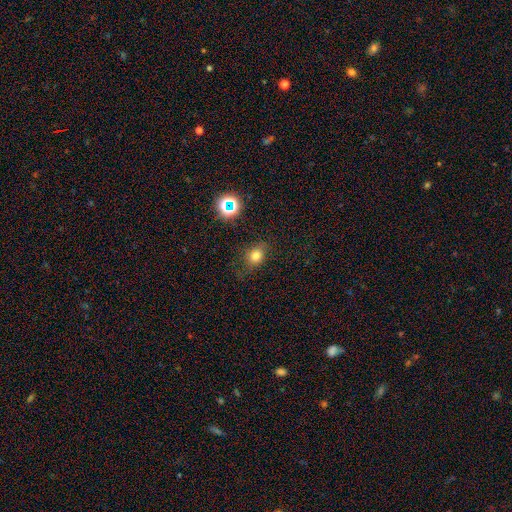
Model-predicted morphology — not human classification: type=smooth (74%); roundness=round (54%); merging=none (72%).